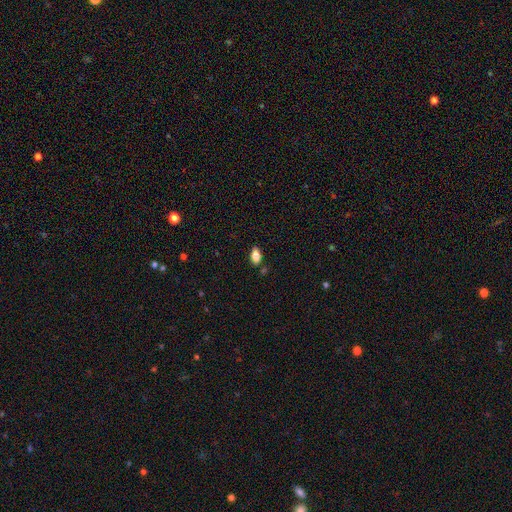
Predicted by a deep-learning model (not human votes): Q: Smooth or featured?
A: smooth (85%); runner-up: star or artifact (8%)
Q: How rounded?
A: in between (91%); runner-up: cigar-shaped (4%)
Q: Merging?
A: none (83%); runner-up: minor disturbance (11%)